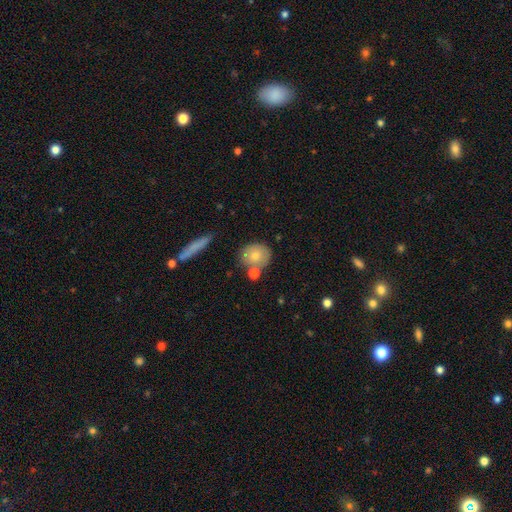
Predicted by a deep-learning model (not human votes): Smooth or featured?
  - smooth: 74% *
  - featured or disk: 18%
  - star or artifact: 8%
How rounded?
  - round: 81% *
  - in between: 18%
  - cigar-shaped: 2%
Merging?
  - none: 64% *
  - merger: 18%
  - minor disturbance: 14%
  - major disturbance: 4%